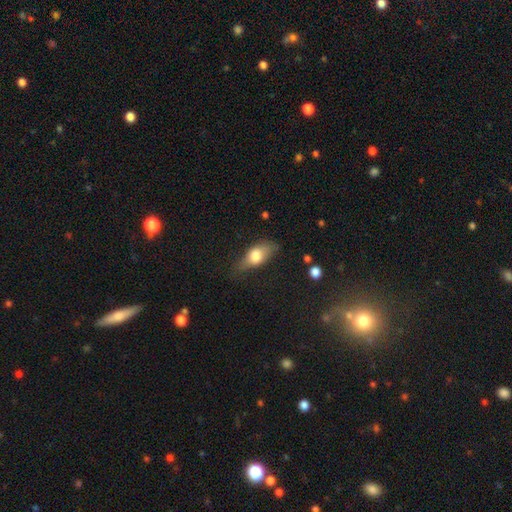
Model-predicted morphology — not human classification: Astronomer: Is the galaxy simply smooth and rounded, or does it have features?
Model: smooth — 69%.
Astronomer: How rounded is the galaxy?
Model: in between — 80%.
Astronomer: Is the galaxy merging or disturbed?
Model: none — 59%.